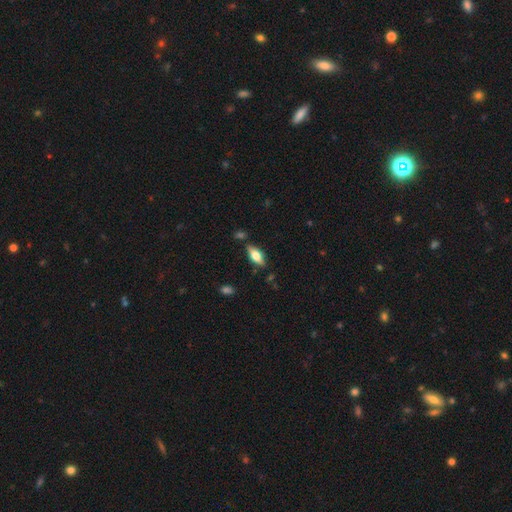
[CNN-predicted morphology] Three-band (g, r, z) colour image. It shows a smooth galaxy with no disk features (60%) that is in between round and cigar-shaped (77%). Merging: none (79%).